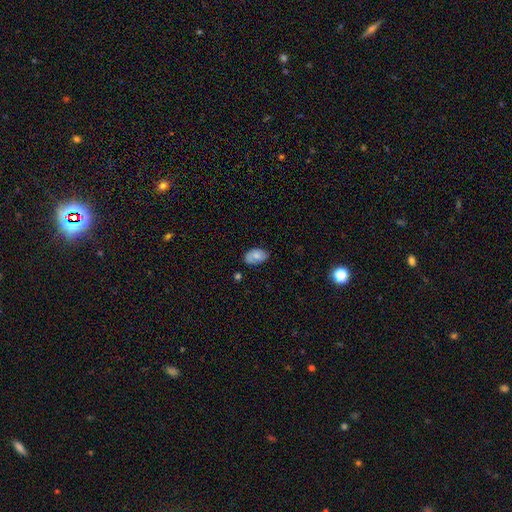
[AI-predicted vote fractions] Smooth or featured? Predicted: smooth (p=0.64). How rounded? Predicted: in between (p=0.91). Merging? Predicted: none (p=0.68).